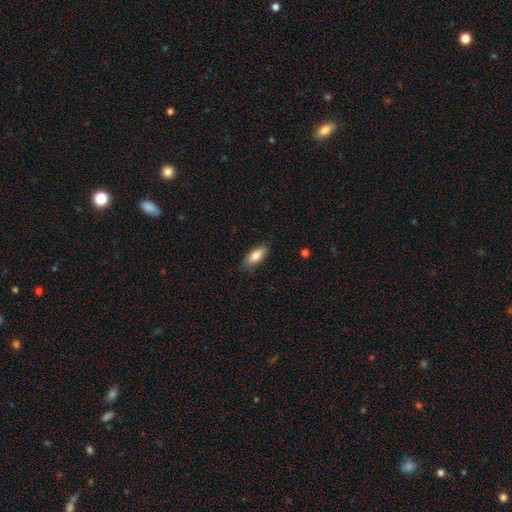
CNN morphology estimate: Smooth or featured?
  - smooth: 81% *
  - featured or disk: 12%
  - star or artifact: 6%
How rounded?
  - in between: 75% *
  - cigar-shaped: 23%
  - round: 2%
Merging?
  - none: 84% *
  - minor disturbance: 12%
  - major disturbance: 2%
  - merger: 1%